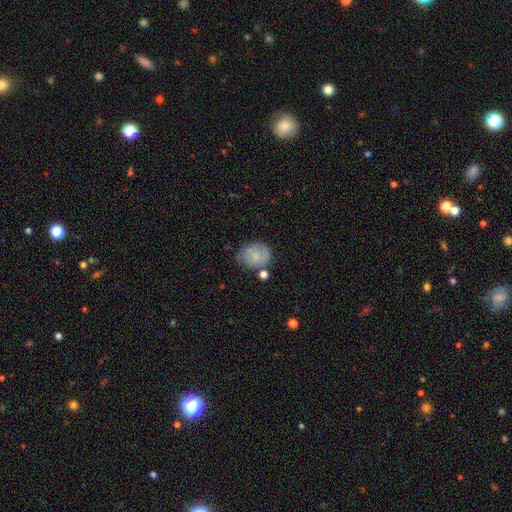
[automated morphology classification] Overall: smooth (61%; featured or disk 31%). How rounded: round (59%; in between 40%). Merging: none (62%; minor disturbance 23%).